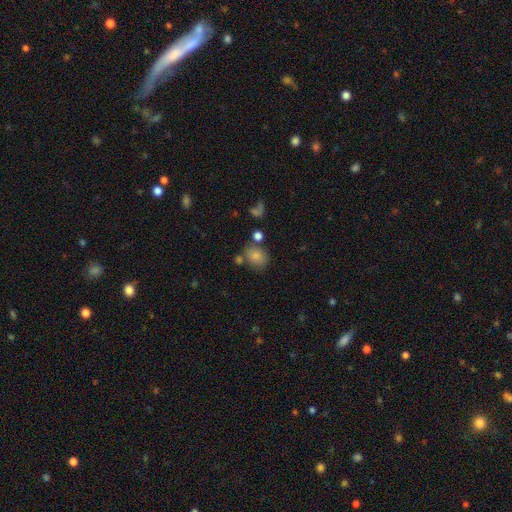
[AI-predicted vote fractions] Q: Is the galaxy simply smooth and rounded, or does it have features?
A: smooth — 80%.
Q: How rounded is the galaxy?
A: round — 53%.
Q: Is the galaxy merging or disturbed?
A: none — 66%.